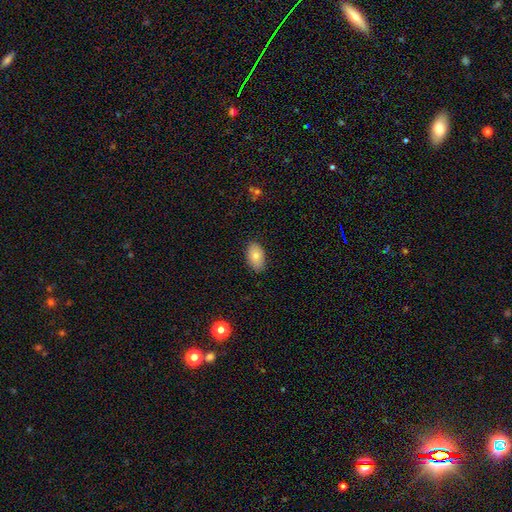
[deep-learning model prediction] smooth 79%, featured or disk 12%, star or artifact 8%. Down the decision tree: how rounded — in between (91%); merging — none (84%).